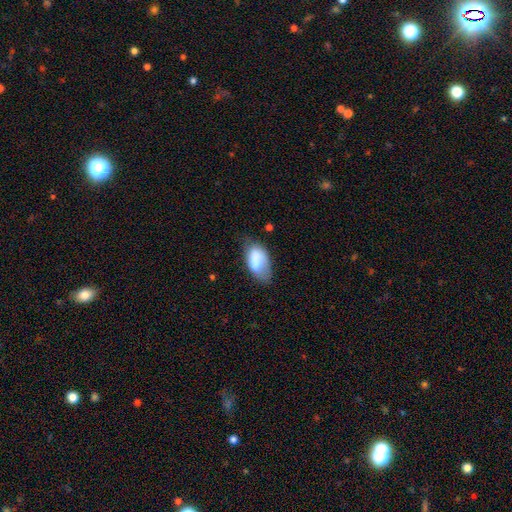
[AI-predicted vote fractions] Smooth or featured? Predicted: smooth (p=0.75). How rounded? Predicted: in between (p=0.94). Merging? Predicted: none (p=0.48).